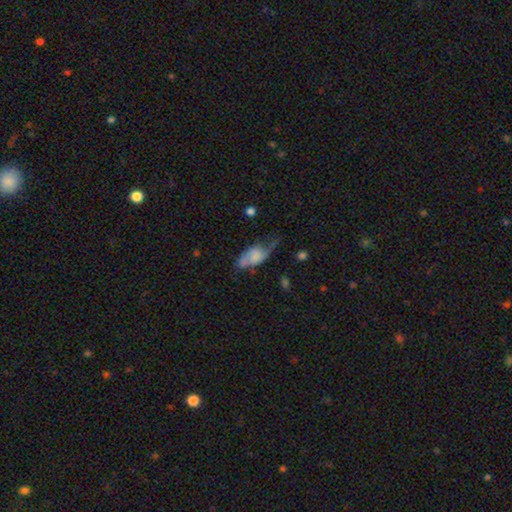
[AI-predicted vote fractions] Smooth or featured? Predicted: featured or disk (p=0.48). Merging? Predicted: none (p=0.33).